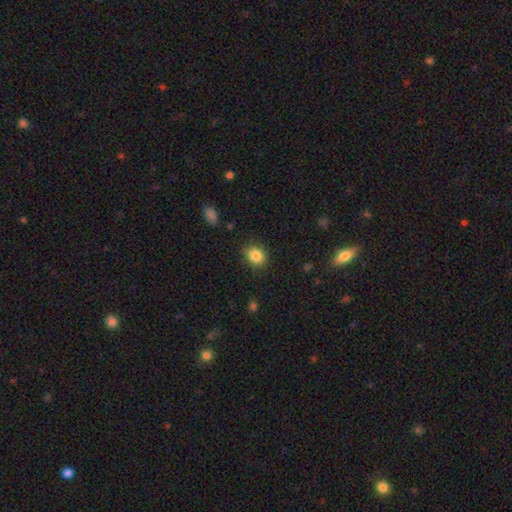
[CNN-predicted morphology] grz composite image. It shows a smooth galaxy with no disk features (85%) that is round (51%). Merging: none (84%).